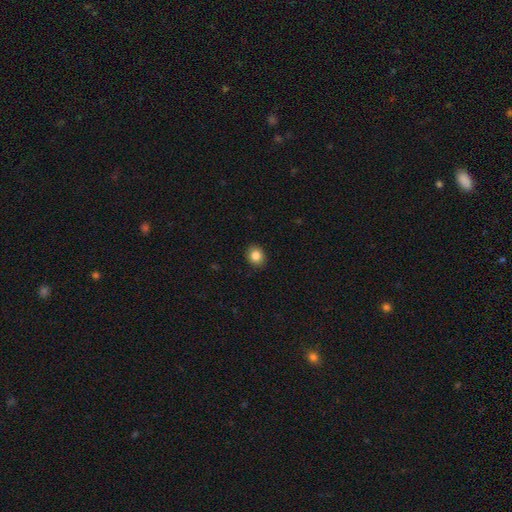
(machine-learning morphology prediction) type=smooth (85%); roundness=round (69%); merging=none (90%).